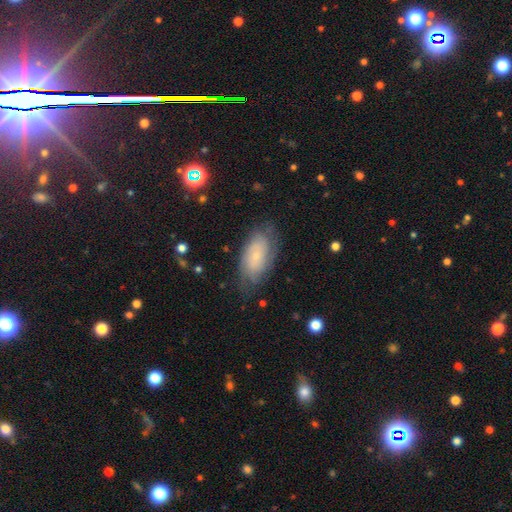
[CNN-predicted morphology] Overall: featured or disk (51%; smooth 38%). Edge-on disk: no (92%). Merging: none (72%).